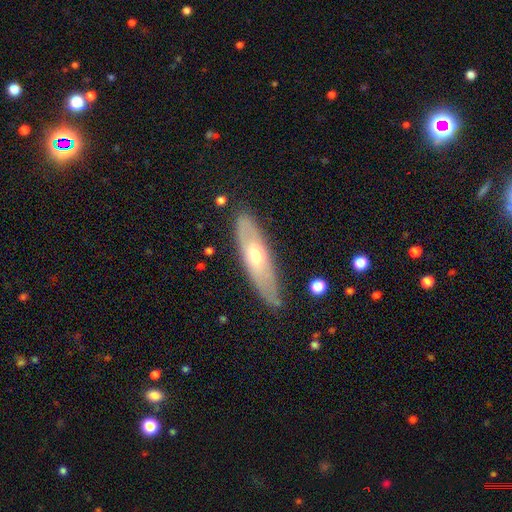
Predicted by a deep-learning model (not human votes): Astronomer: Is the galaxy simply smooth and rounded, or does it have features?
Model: featured or disk — 50% (runner-up: smooth, 45%).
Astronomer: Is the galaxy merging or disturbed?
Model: none — 81%.